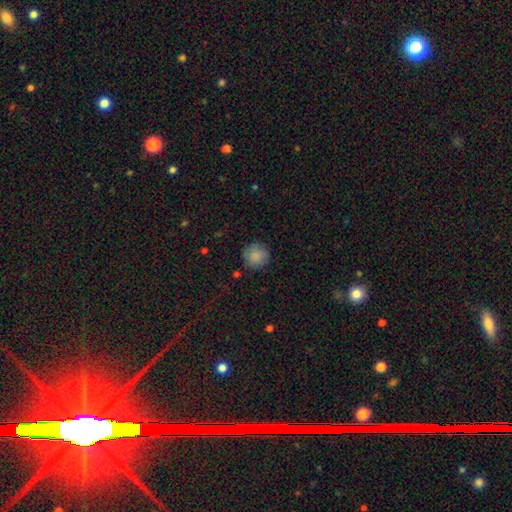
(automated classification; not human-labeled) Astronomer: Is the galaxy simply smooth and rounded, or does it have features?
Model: smooth — 83%.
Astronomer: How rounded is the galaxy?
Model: round — 92%.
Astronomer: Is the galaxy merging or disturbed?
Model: none — 80%.